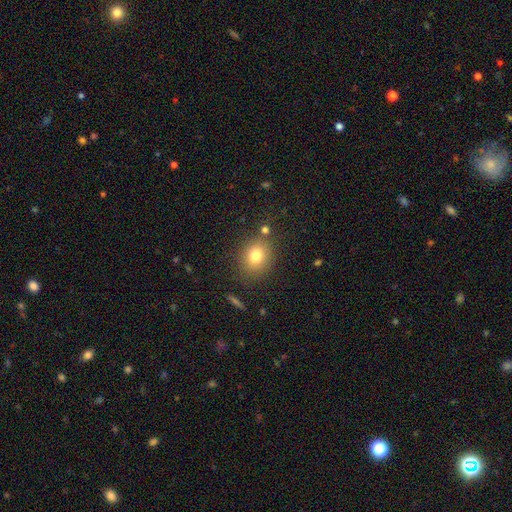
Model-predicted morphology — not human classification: smooth_or_featured: smooth (p=0.79) [alt: star or artifact p=0.12]
how_rounded: round (p=0.66) [alt: in between p=0.33]
merging: none (p=0.80) [alt: minor disturbance p=0.11]